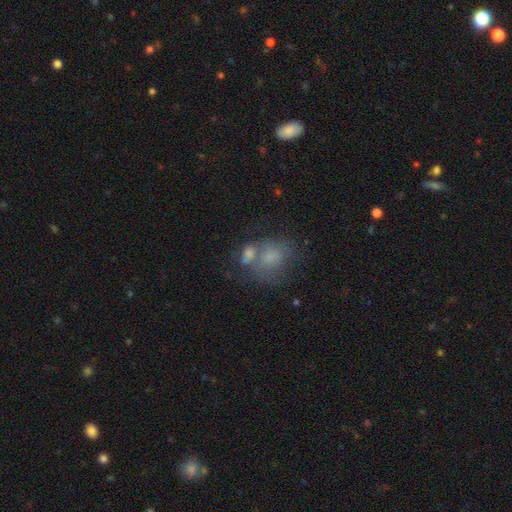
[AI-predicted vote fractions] This appears to be a smooth galaxy with no disk features (57%) that is in between round and cigar-shaped (54%). Merging: merger (41%).